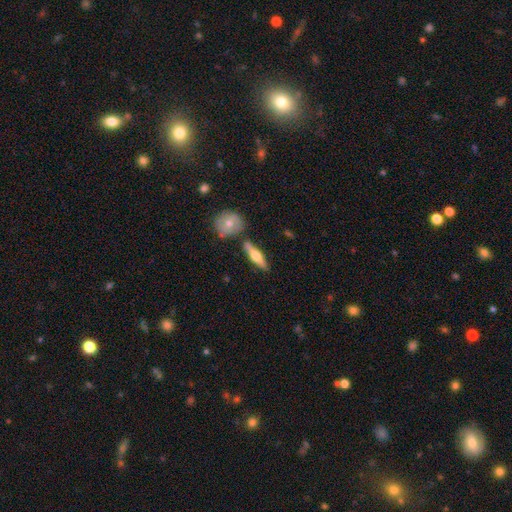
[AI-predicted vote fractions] Q: Smooth or featured?
A: featured or disk (48%); runner-up: smooth (46%)
Q: Merging?
A: none (76%); runner-up: minor disturbance (11%)